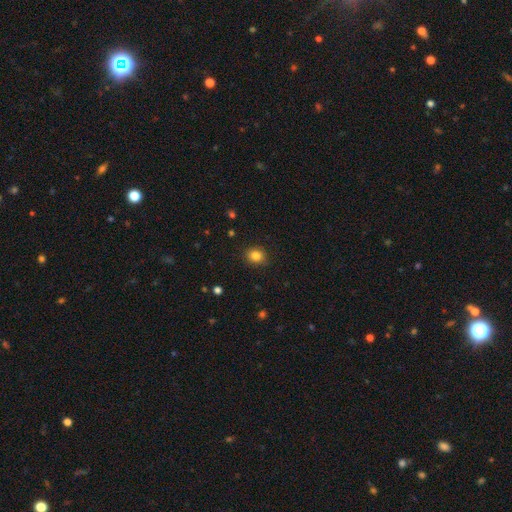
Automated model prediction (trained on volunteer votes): Q: Smooth or featured?
A: smooth (84%); runner-up: star or artifact (11%)
Q: How rounded?
A: round (74%); runner-up: in between (25%)
Q: Merging?
A: none (89%); runner-up: minor disturbance (8%)